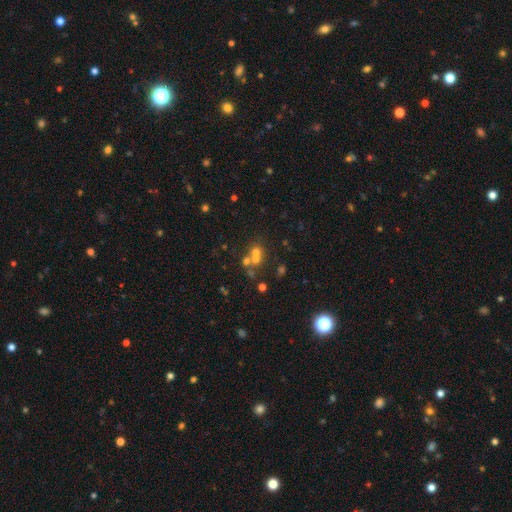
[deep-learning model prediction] smooth 53%, featured or disk 25%, star or artifact 22%. Down the decision tree: how rounded — round (78%); merging — merger (52%).